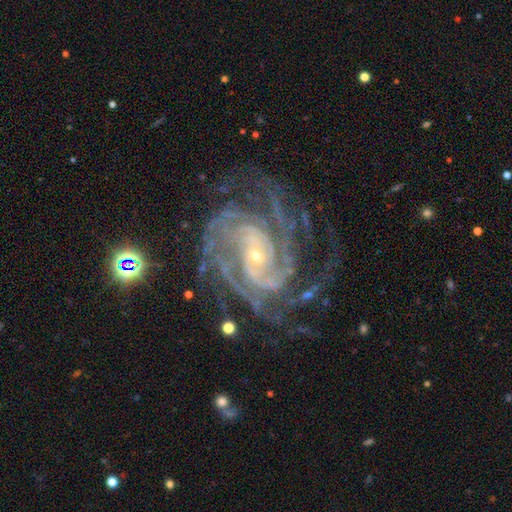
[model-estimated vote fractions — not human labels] A featured or disk galaxy (92%) with no bar (56%), 4 (25%) tight (68%) spiral arms (98%) and a small central bulge (78%).

Vote fractions:
- Smooth or featured? featured or disk: 92% / star or artifact: 5% / smooth: 3%
- Edge-on disk? no: 98% / yes: 2%
- Bar? no: 56% / weak: 28% / strong: 16%
- Spiral arms? yes: 98% / no: 2%
- Spiral winding? tight: 68% / medium: 28% / loose: 4%
- Spiral arm count? 4: 25% / 3: 20% / can't tell: 16% / 2: 16% / more than 4: 14% / 1: 8%
- Bulge size? small: 78% / moderate: 18% / large: 2% / none: 2% / dominant: 1%
- Merging? none: 68% / minor disturbance: 17% / major disturbance: 13% / merger: 2%